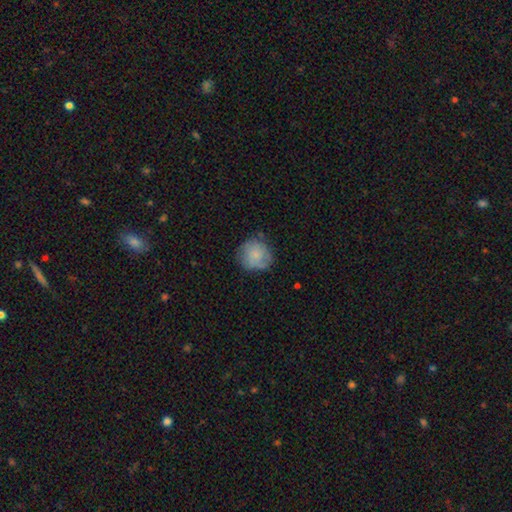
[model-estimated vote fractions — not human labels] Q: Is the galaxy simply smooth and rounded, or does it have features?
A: smooth — 70%.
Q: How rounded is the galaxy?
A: round — 87%.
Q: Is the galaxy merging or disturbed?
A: none — 67%.